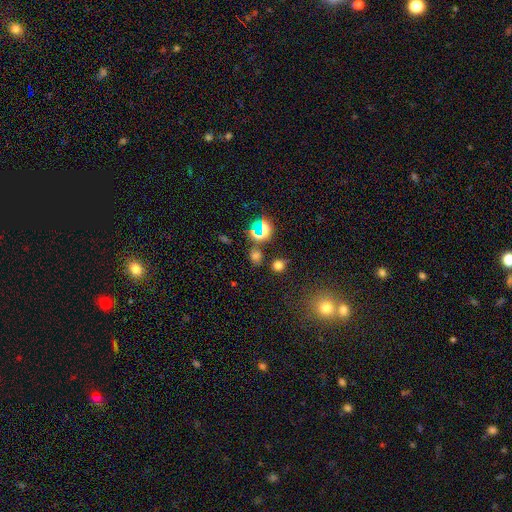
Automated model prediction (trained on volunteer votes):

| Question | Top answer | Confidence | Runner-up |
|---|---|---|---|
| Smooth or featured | smooth | 60% | star or artifact (34%) |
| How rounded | round | 74% | in between (24%) |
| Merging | none | 76% | minor disturbance (10%) |